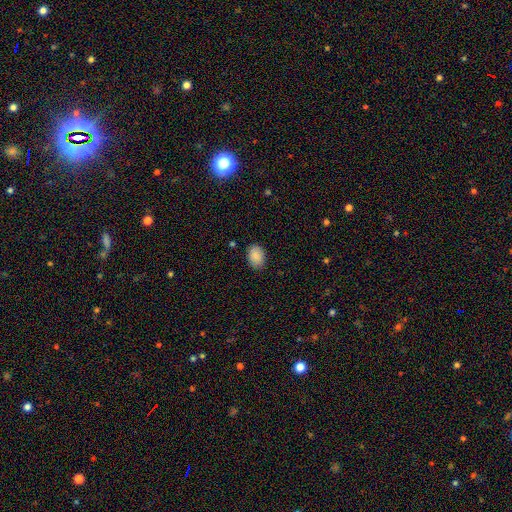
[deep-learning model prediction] Q: Smooth or featured?
A: smooth (87%); runner-up: star or artifact (7%)
Q: How rounded?
A: in between (81%); runner-up: round (18%)
Q: Merging?
A: none (86%); runner-up: minor disturbance (11%)